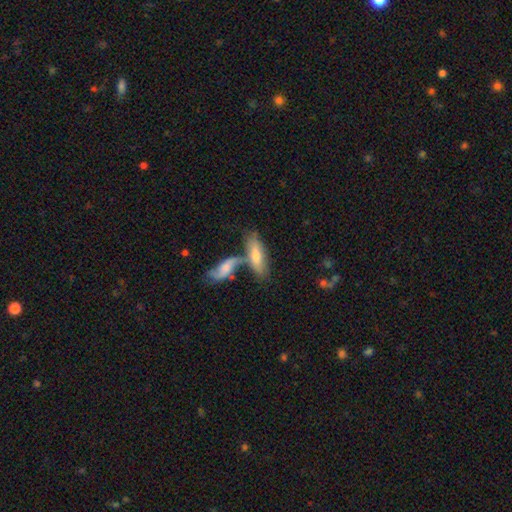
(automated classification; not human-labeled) Smooth or featured? smooth (57%)
How rounded? in between (60%)
Merging? merger (46%)